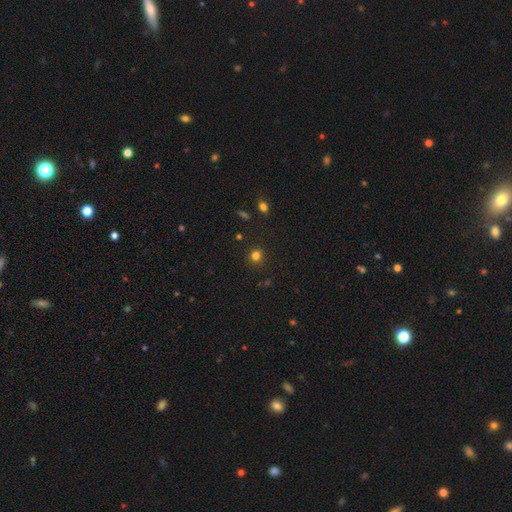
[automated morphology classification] The model was most divided on "smooth or featured": smooth: 79%, star or artifact: 16%, featured or disk: 5%. More confident: how rounded — round (89%); merging — none (88%).